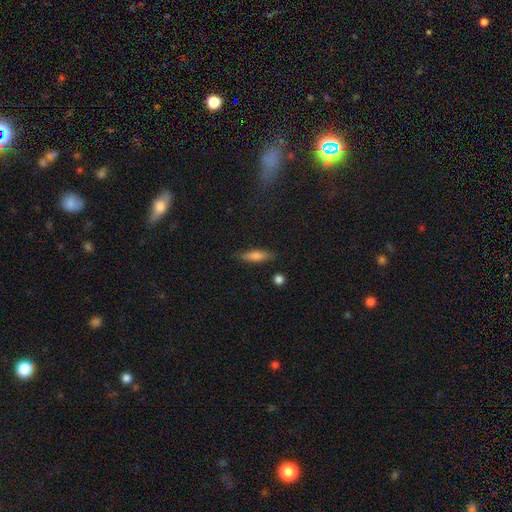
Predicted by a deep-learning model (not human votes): Smooth or featured? Predicted: smooth (p=0.74). How rounded? Predicted: cigar-shaped (p=0.63). Merging? Predicted: none (p=0.83).